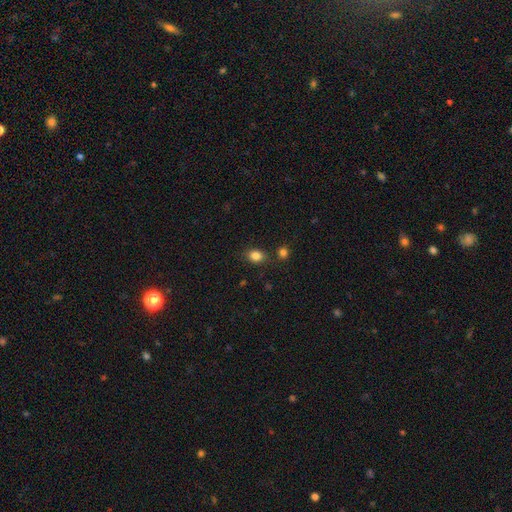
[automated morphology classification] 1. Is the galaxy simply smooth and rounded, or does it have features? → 84% smooth, 11% star or artifact, 5% featured or disk.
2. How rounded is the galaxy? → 60% in between, 38% round, 1% cigar-shaped.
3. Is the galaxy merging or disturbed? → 79% none, 12% minor disturbance, 6% merger, 3% major disturbance.